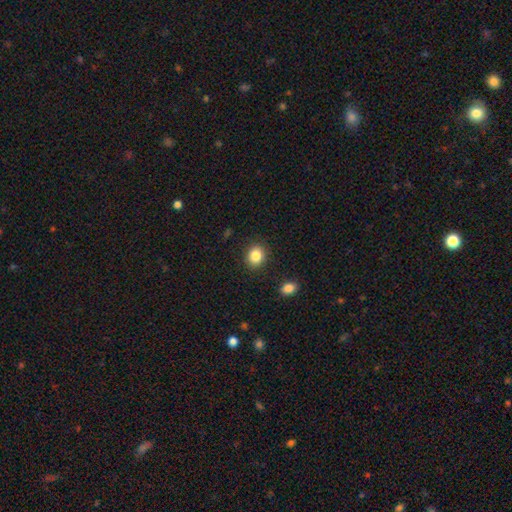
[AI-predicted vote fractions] Smooth or featured?
  - smooth: 85% *
  - star or artifact: 10%
  - featured or disk: 5%
How rounded?
  - round: 65% *
  - in between: 34%
  - cigar-shaped: 1%
Merging?
  - none: 87% *
  - minor disturbance: 8%
  - major disturbance: 2%
  - merger: 2%